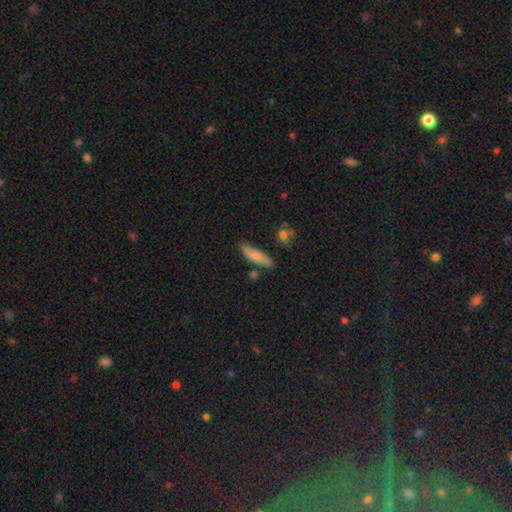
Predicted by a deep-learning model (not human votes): A smooth galaxy with no disk features (75%) that is cigar-shaped (63%). Merging: none (75%).